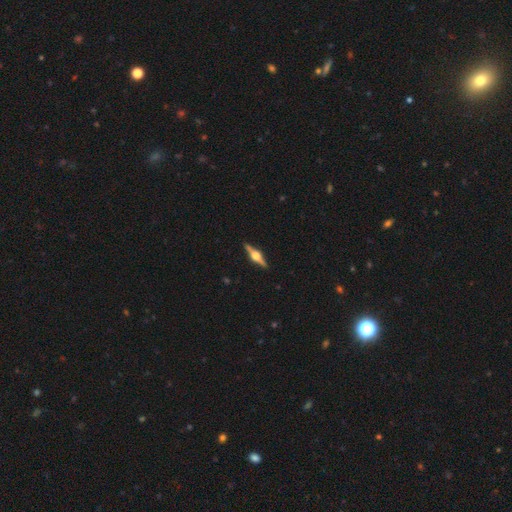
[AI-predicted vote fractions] Smooth or featured? featured or disk (85%)
Edge-on disk? yes (98%)
Edge-on bulge? rounded (94%)
Merging? none (91%)